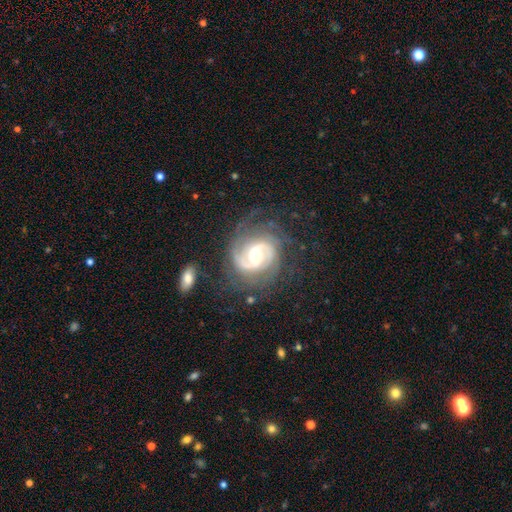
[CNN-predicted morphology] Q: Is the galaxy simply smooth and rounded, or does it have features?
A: featured or disk — 91%.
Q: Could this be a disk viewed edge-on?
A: no — 98%.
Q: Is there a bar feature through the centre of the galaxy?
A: weak — 48%.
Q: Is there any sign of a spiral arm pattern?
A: yes — 98%.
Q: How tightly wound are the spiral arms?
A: medium — 47%.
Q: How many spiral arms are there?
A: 2 — 77%.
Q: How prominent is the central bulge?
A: moderate — 66%.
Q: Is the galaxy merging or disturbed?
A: none — 70%.